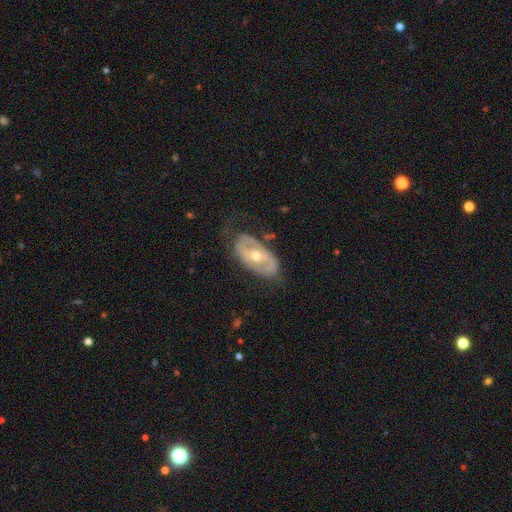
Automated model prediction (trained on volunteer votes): smooth-or-featured: featured or disk: 72% | smooth: 23% | star or artifact: 6%
  disk-edge-on: no: 91% | yes: 9%
    bar: no: 43% | weak: 30% | strong: 27%
    has-spiral-arms: no: 52% | yes: 48%
    bulge-size: moderate: 61% | small: 35% | large: 2% | none: 1% | dominant: 1%
  merging: none: 62% | minor disturbance: 23% | major disturbance: 13% | merger: 2%